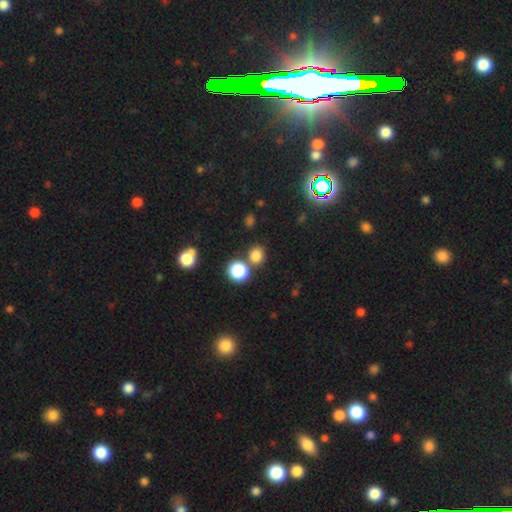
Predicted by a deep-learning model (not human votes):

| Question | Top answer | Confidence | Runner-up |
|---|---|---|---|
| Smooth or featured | smooth | 78% | star or artifact (17%) |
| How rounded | round | 80% | in between (19%) |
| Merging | none | 71% | merger (18%) |